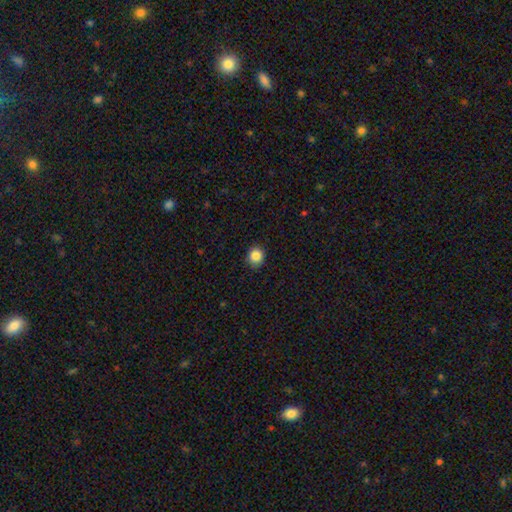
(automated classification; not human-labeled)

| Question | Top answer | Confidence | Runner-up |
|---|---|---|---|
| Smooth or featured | smooth | 86% | star or artifact (10%) |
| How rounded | round | 82% | in between (17%) |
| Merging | none | 90% | minor disturbance (8%) |